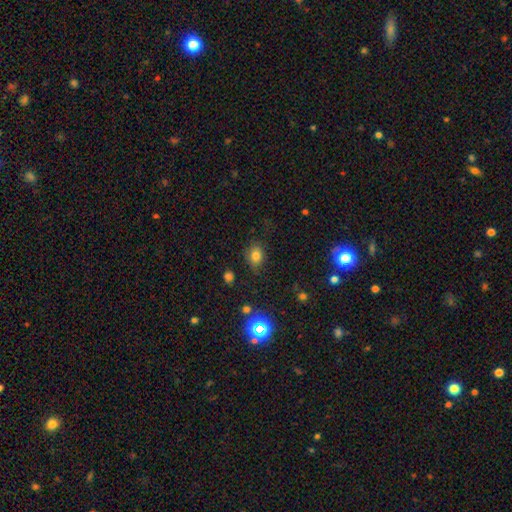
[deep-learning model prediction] Smooth or featured? smooth (77%)
How rounded? in between (58%)
Merging? none (74%)